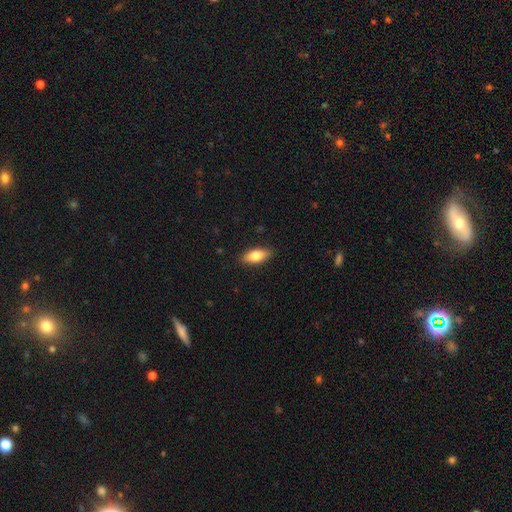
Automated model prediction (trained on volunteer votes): smooth-or-featured: smooth: 76% | featured or disk: 18% | star or artifact: 6%
  how-rounded: in between: 80% | cigar-shaped: 17% | round: 3%
  merging: none: 88% | minor disturbance: 9% | major disturbance: 2% | merger: 1%